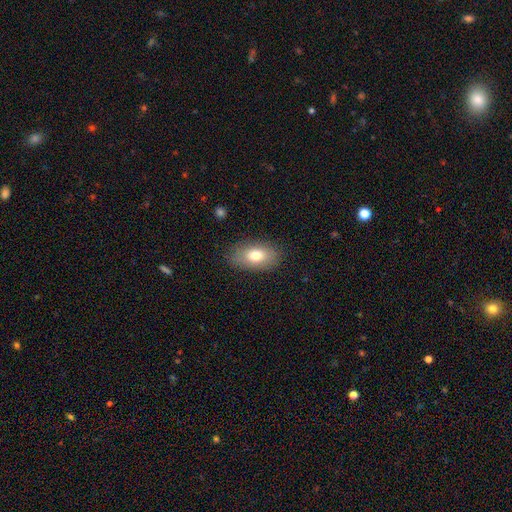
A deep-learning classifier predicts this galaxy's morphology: This is likely a smooth galaxy (75%). How rounded: clearly in between (90%). Merging: clearly none (84%).